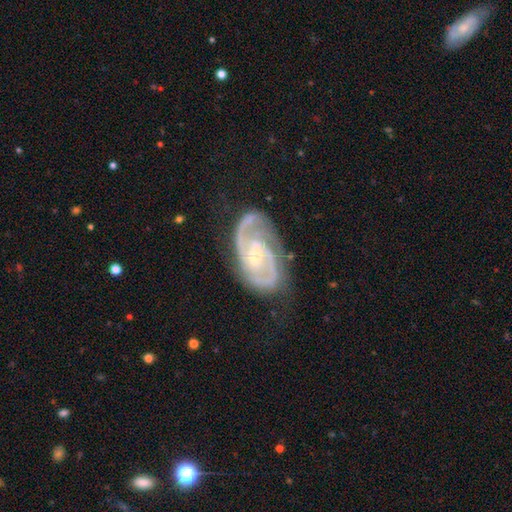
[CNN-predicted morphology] type=featured or disk (91%); edge-on=no (97%); bar=weak (45%); spiral arms=yes (98%); winding=medium (46%, tied with tight); arm count=2 (81%); bulge=small (66%); merging=none (72%).